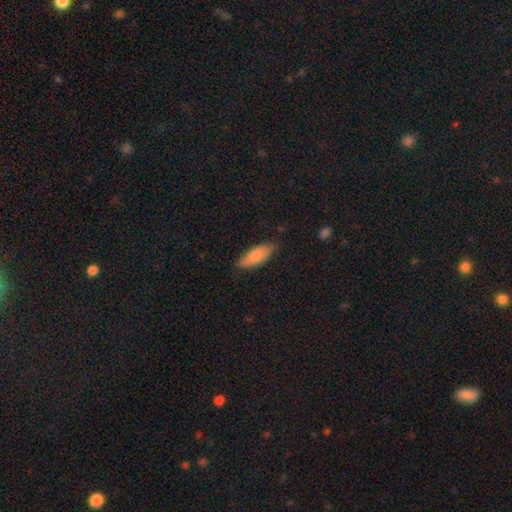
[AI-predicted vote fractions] smooth 82%, featured or disk 13%, star or artifact 5%. Down the decision tree: how rounded — in between (67%); merging — none (79%).